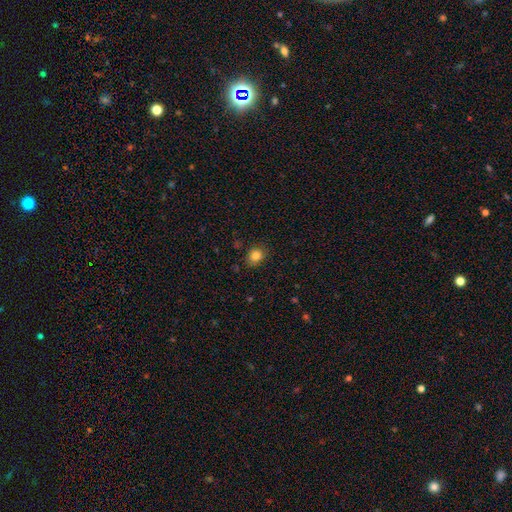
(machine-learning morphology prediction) smooth_or_featured: smooth (p=0.83) [alt: star or artifact p=0.11]
how_rounded: round (p=0.64) [alt: in between p=0.35]
merging: none (p=0.83) [alt: minor disturbance p=0.13]